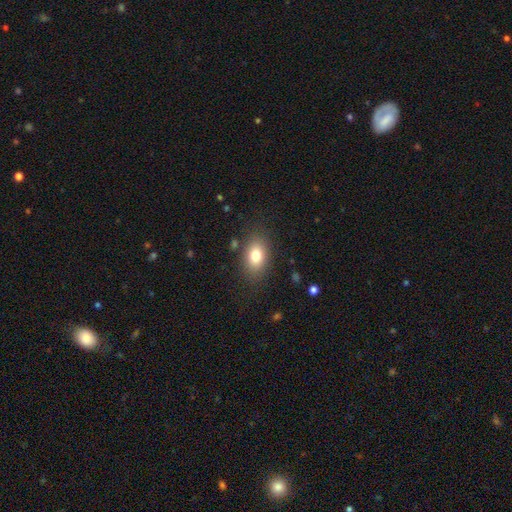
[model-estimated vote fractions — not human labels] Smooth or featured?
  - smooth: 78% *
  - featured or disk: 12%
  - star or artifact: 9%
How rounded?
  - in between: 84% *
  - round: 14%
  - cigar-shaped: 2%
Merging?
  - none: 83% *
  - minor disturbance: 11%
  - major disturbance: 4%
  - merger: 2%